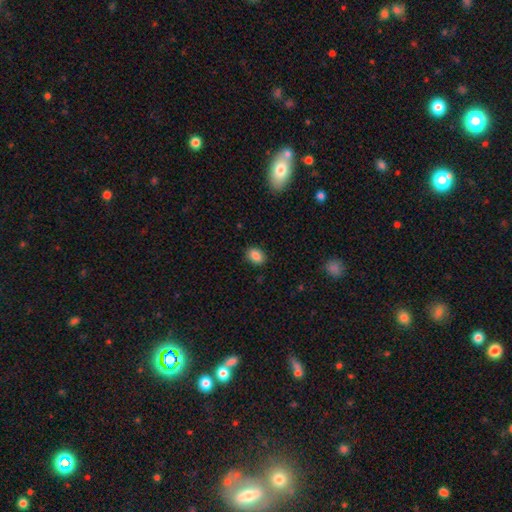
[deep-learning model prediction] Morphology: type=smooth (86%); roundness=in between (69%); merging=none (87%).